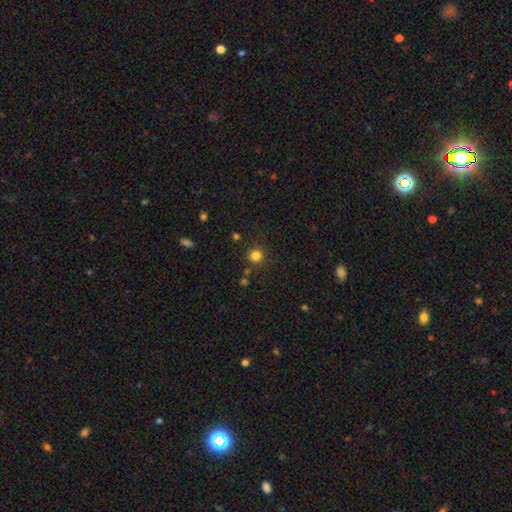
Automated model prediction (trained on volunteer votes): This appears to be a smooth galaxy with no disk features (81%) that is round (93%). Merging: none (85%).